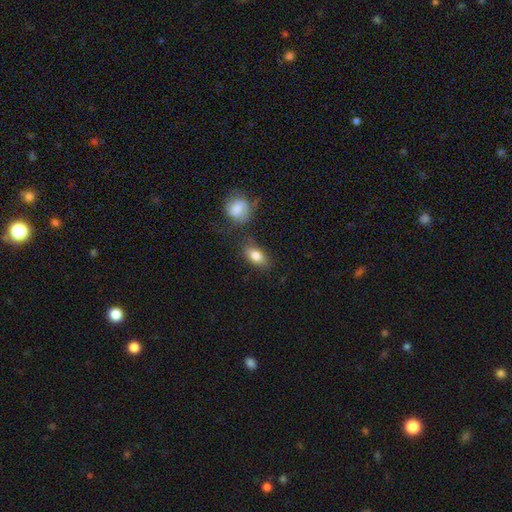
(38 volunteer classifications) A smooth galaxy with no disk features (82%) that is in between round and cigar-shaped (97%).

Vote fractions:
- Smooth or featured? smooth: 82% / featured or disk: 13% / star or artifact: 5%
- How rounded? in between: 97% / round: 3% / cigar-shaped: 0%
- Merging? none: 75% / minor disturbance: 19% / merger: 6% / major disturbance: 0%